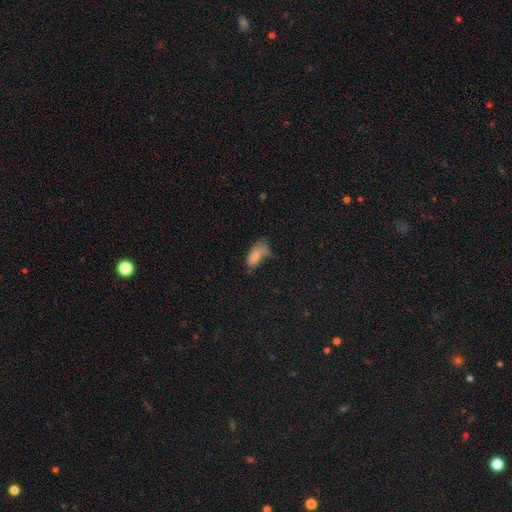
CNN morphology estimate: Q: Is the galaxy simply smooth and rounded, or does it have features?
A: smooth — 69%.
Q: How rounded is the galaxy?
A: in between — 89%.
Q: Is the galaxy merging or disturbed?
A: major disturbance — 36%.